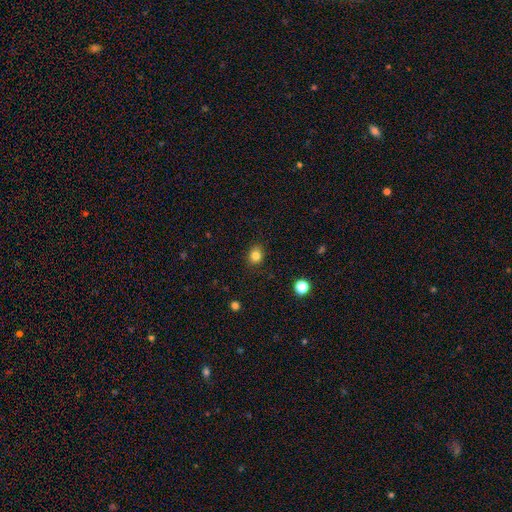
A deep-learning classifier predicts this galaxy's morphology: This appears to be a smooth galaxy with no disk features (83%) that is round (69%). Merging: none (87%).